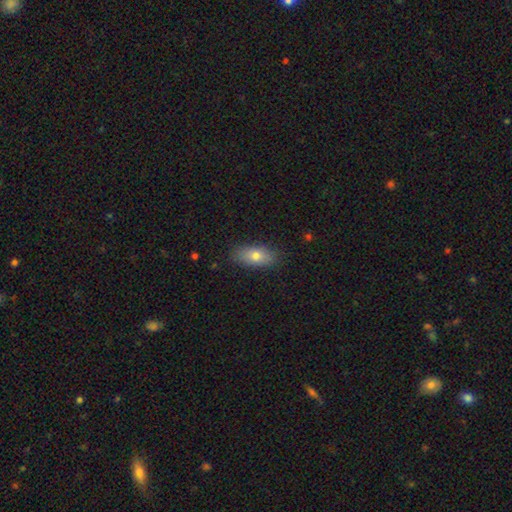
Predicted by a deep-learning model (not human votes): Smooth or featured? smooth (74%)
How rounded? in between (83%)
Merging? none (85%)